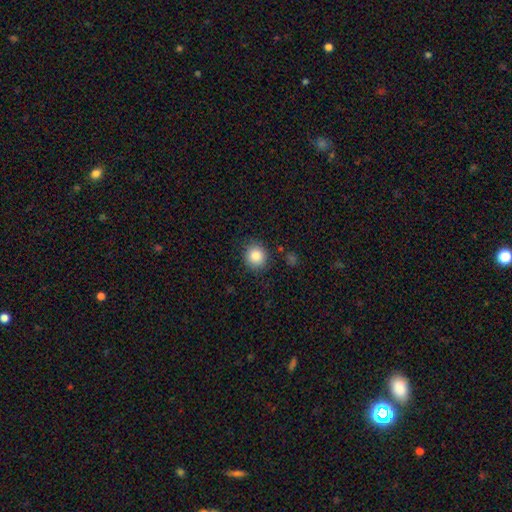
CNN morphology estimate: The model was most divided on "merging": none: 85%, minor disturbance: 10%, major disturbance: 3%, merger: 2%. More confident: how rounded — round (87%); smooth or featured — smooth (85%).